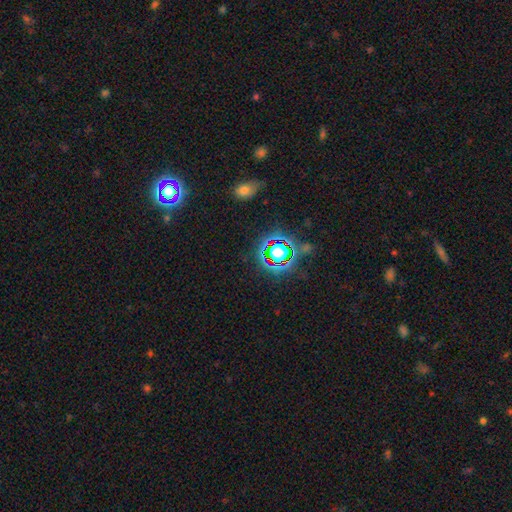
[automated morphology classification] This appears to be a star or artifact, not a galaxy (76%).